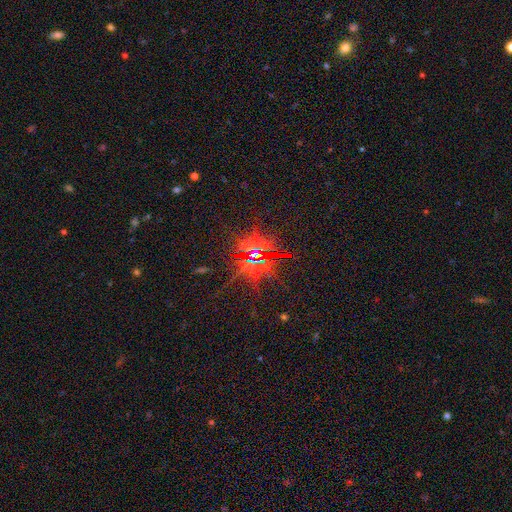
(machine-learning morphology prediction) Smooth or featured? Predicted: star or artifact (p=0.83).